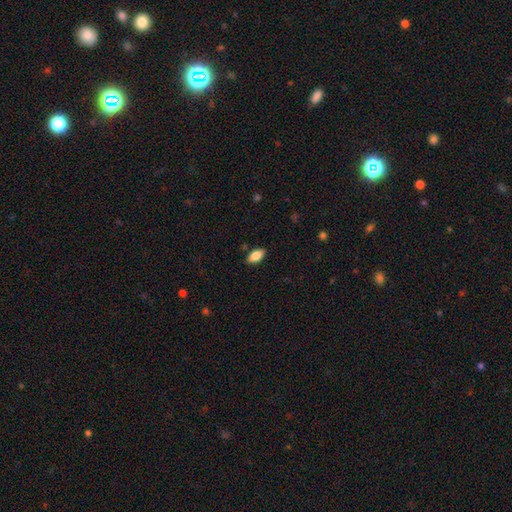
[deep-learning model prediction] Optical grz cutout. It shows a smooth galaxy with no disk features (83%) that is in between round and cigar-shaped (91%). Merging: none (87%).